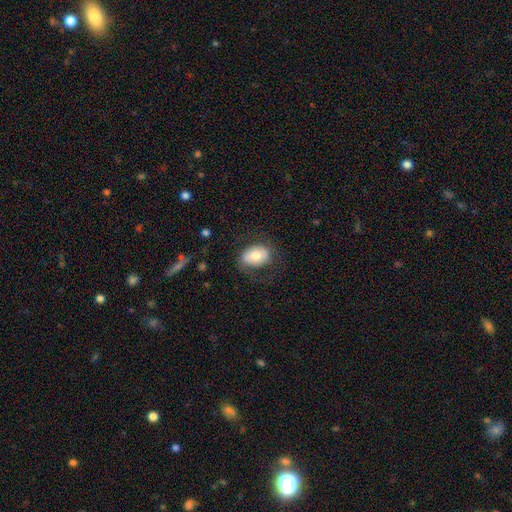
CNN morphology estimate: A smooth galaxy with no disk features (68%) that is in between round and cigar-shaped (80%).

Vote fractions:
- Smooth or featured? smooth: 68% / featured or disk: 25% / star or artifact: 7%
- How rounded? in between: 80% / round: 19% / cigar-shaped: 1%
- Merging? none: 67% / minor disturbance: 19% / major disturbance: 13% / merger: 1%